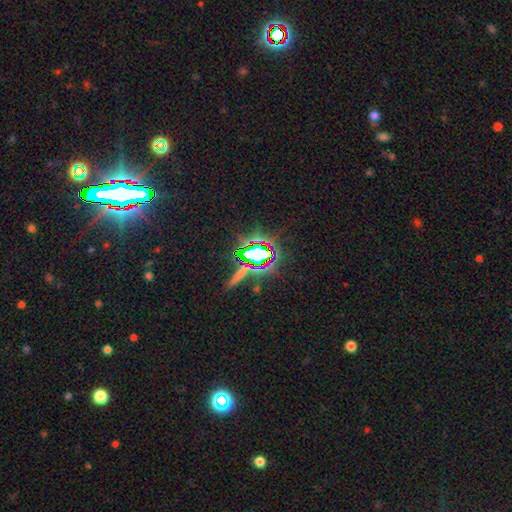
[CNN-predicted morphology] type=star or artifact (64%).